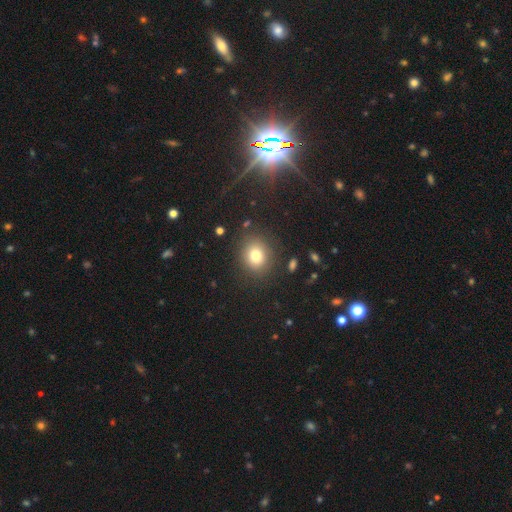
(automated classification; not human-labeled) Smooth or featured: smooth — 78% (star or artifact — 13%)
How rounded: round — 72% (in between — 27%)
Merging: none — 85% (minor disturbance — 9%)